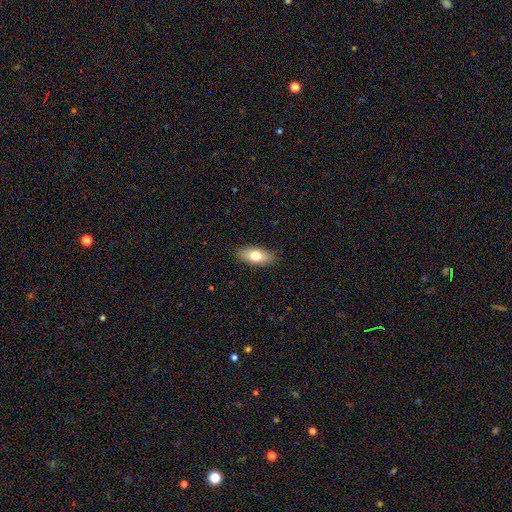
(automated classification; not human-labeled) Overall: smooth (74%). How rounded: in between (84%). Merging: none (88%).